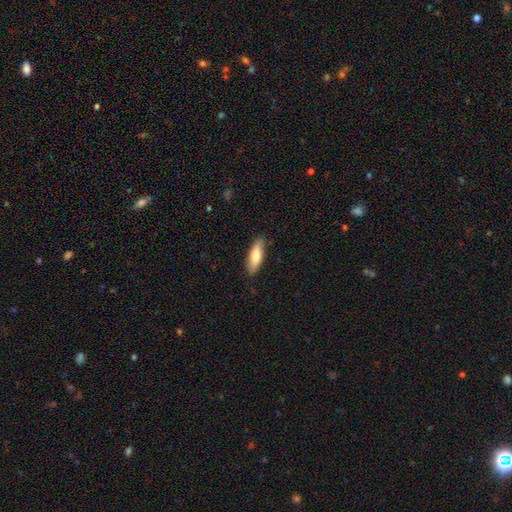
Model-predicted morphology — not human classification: A smooth galaxy with no disk features (78%) that is in between round and cigar-shaped (57%). Merging: none (86%).